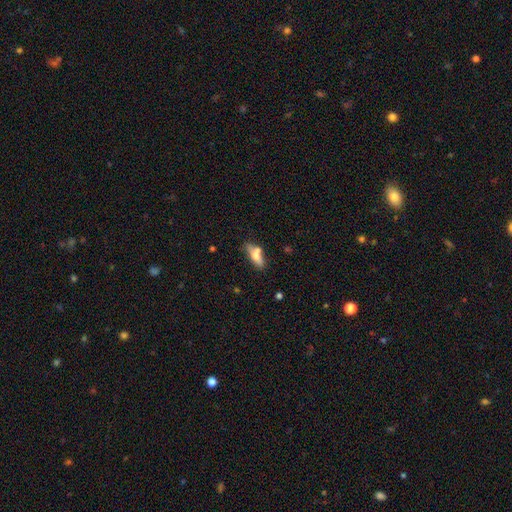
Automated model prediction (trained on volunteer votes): Smooth or featured? smooth (66%)
How rounded? in between (61%)
Merging? none (53%)